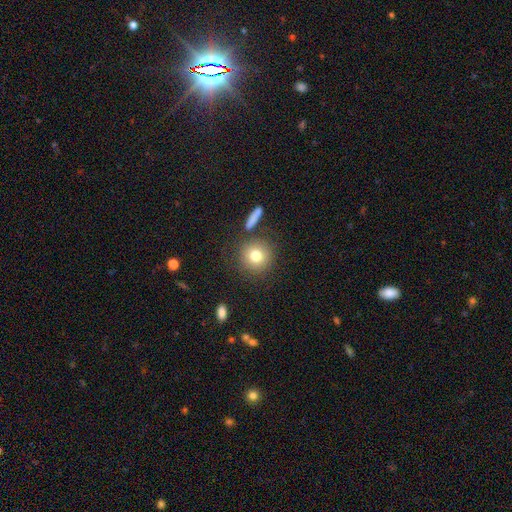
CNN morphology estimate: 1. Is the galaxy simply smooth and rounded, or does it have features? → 78% smooth, 11% featured or disk, 11% star or artifact.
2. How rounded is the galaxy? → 91% round, 8% in between, 1% cigar-shaped.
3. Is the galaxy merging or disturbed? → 80% none, 9% minor disturbance, 7% merger, 4% major disturbance.